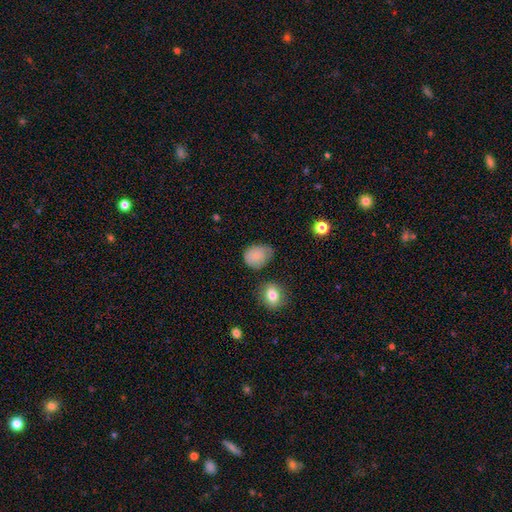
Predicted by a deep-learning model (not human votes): smooth-or-featured: smooth: 79% | featured or disk: 12% | star or artifact: 9%
  how-rounded: in between: 51% | round: 48% | cigar-shaped: 1%
  merging: none: 49% | minor disturbance: 38% | major disturbance: 9% | merger: 4%